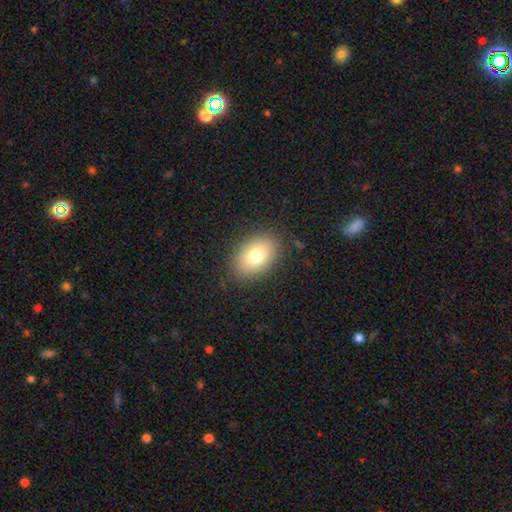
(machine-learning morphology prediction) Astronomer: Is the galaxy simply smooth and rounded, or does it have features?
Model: smooth — 76%.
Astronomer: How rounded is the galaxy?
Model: in between — 80%.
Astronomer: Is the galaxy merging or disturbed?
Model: none — 86%.